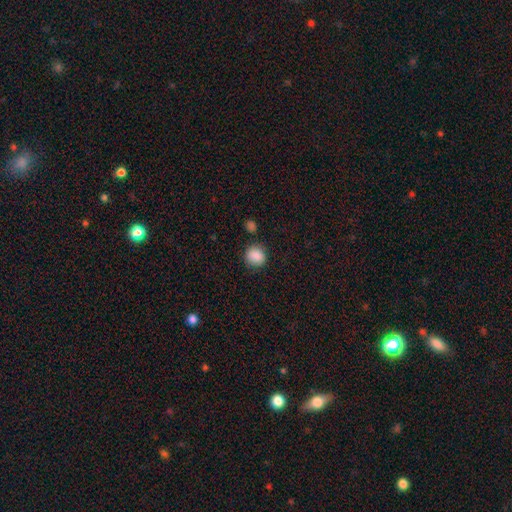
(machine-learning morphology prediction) smooth_or_featured: smooth (p=0.87) [alt: star or artifact p=0.09]
how_rounded: round (p=0.81) [alt: in between p=0.18]
merging: none (p=0.81) [alt: minor disturbance p=0.12]